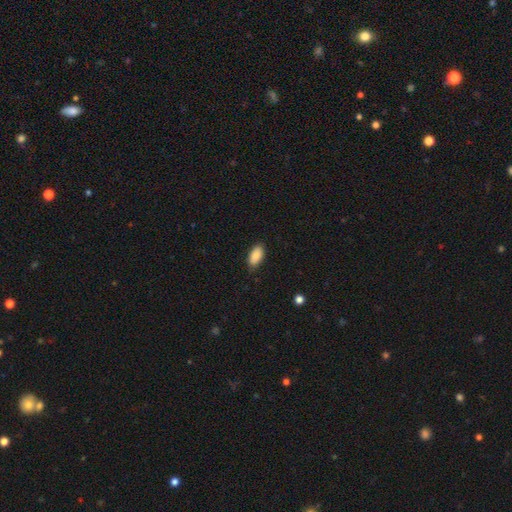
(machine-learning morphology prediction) smooth_or_featured: smooth (p=0.88) [alt: star or artifact p=0.07]
how_rounded: in between (p=0.93) [alt: cigar-shaped p=0.05]
merging: none (p=0.84) [alt: minor disturbance p=0.13]